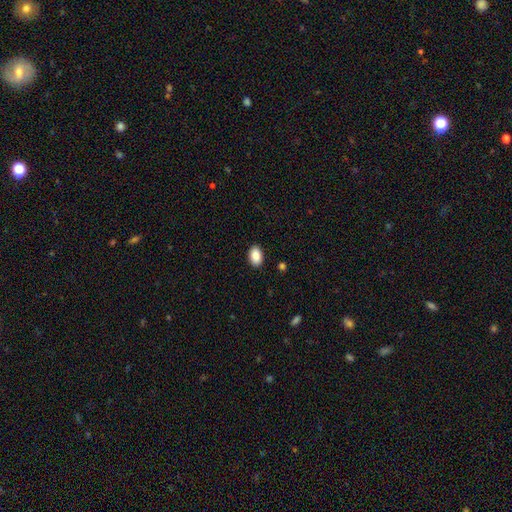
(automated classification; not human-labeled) Overall: smooth (88%). How rounded: in between (89%). Merging: none (90%).